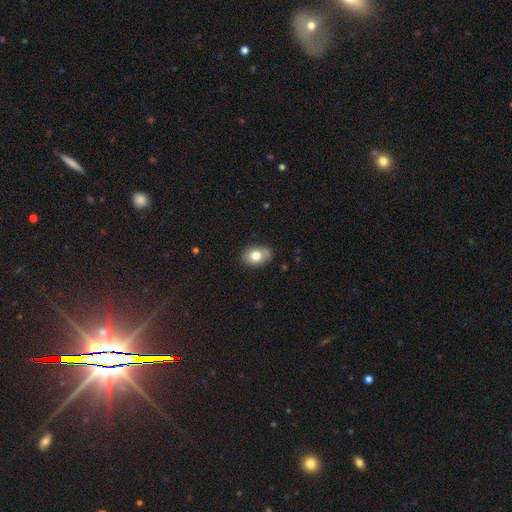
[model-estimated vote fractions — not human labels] smooth-or-featured: smooth: 76% | featured or disk: 16% | star or artifact: 8%
  how-rounded: in between: 76% | round: 23% | cigar-shaped: 1%
  merging: none: 80% | minor disturbance: 15% | major disturbance: 3% | merger: 1%